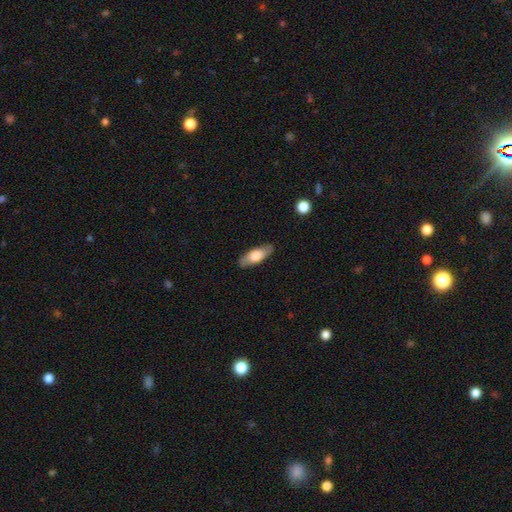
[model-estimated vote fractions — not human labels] This appears to be a smooth galaxy with no disk features (60%) that is in between round and cigar-shaped (68%). Merging: none (85%).